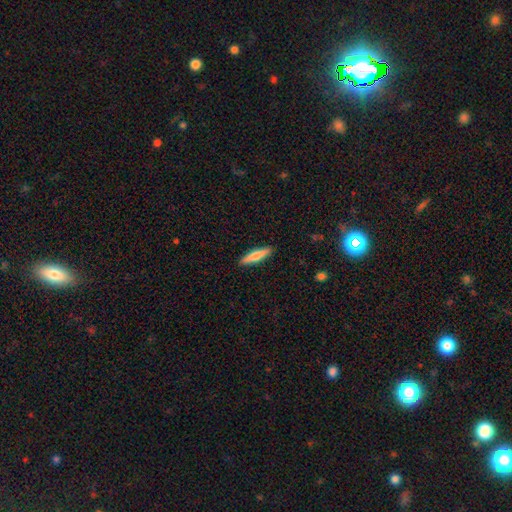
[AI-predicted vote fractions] Q: Smooth or featured?
A: smooth (69%); runner-up: featured or disk (26%)
Q: How rounded?
A: cigar-shaped (82%); runner-up: in between (17%)
Q: Merging?
A: none (91%); runner-up: minor disturbance (7%)